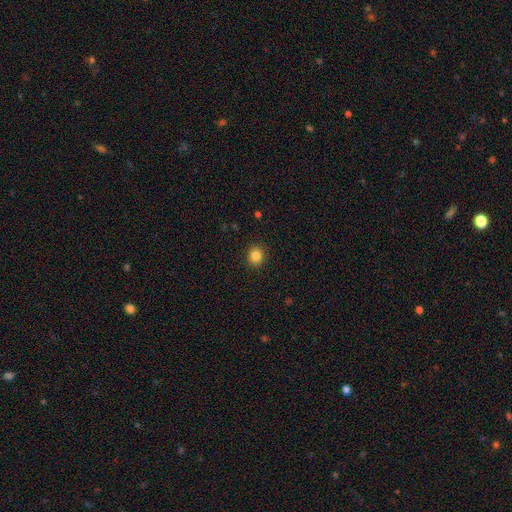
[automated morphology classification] The model was most divided on "how rounded": round: 82%, in between: 17%, cigar-shaped: 1%. More confident: merging — none (91%); smooth or featured — smooth (85%).